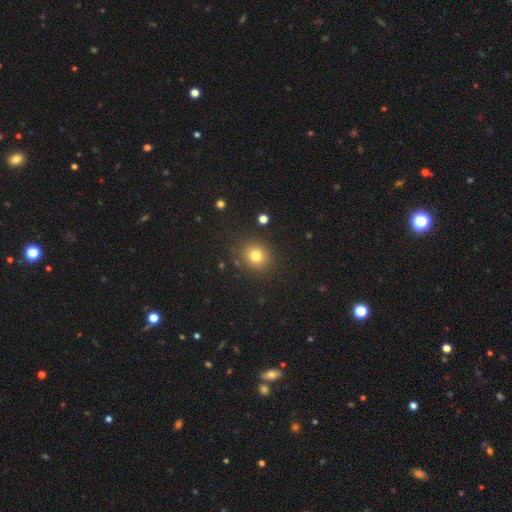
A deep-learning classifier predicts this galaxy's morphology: Overall: smooth (78%). How rounded: round (81%). Merging: none (86%).